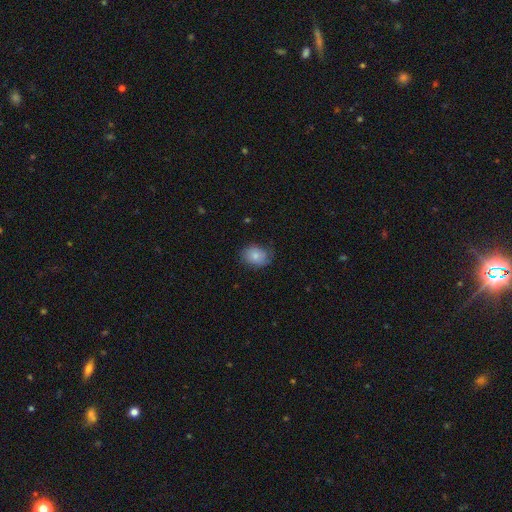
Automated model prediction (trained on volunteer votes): This appears to be a smooth galaxy with no disk features (77%) that is in between round and cigar-shaped (59%). Merging: none (67%).